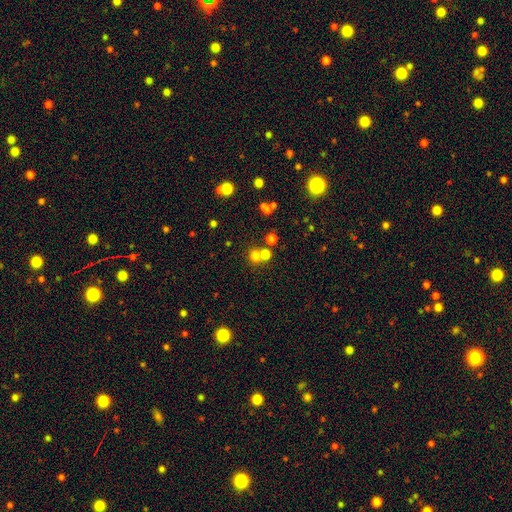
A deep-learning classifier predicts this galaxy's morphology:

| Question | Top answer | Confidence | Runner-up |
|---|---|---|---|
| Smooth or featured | smooth | 68% | star or artifact (22%) |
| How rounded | round | 86% | in between (13%) |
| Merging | none | 52% | merger (38%) |